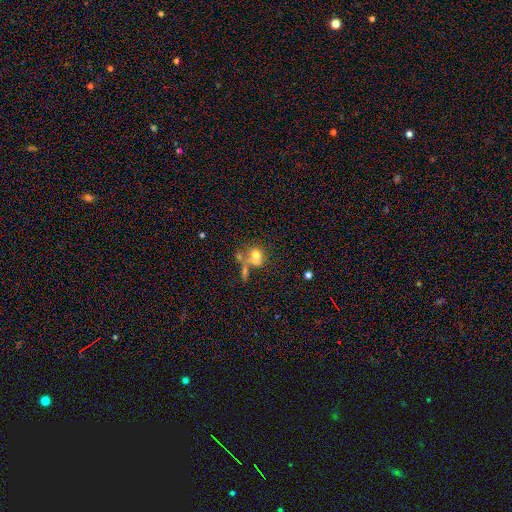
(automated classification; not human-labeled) This appears to be a smooth galaxy with no disk features (67%) that is round (69%). Merging: none (38%).